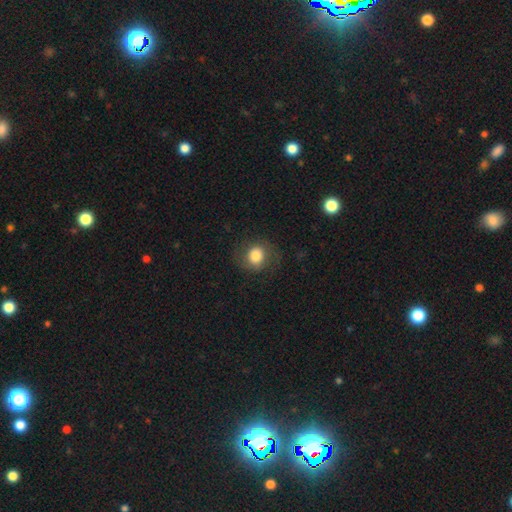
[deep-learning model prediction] Smooth or featured: smooth — 72% (featured or disk — 19%)
How rounded: round — 74% (in between — 25%)
Merging: none — 74% (minor disturbance — 16%)